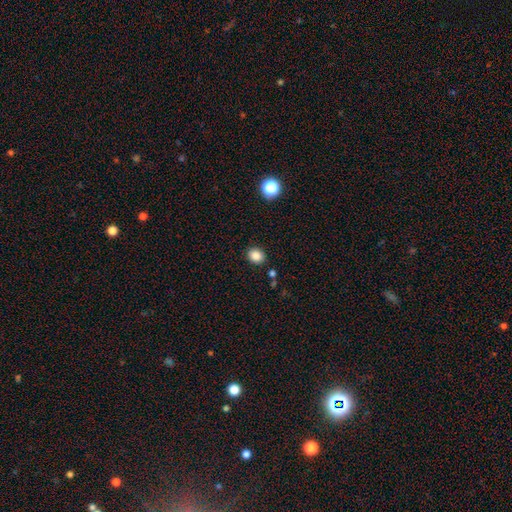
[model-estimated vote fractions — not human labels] The model was most divided on "how rounded": round: 63%, in between: 36%, cigar-shaped: 1%. More confident: merging — none (88%); smooth or featured — smooth (86%).